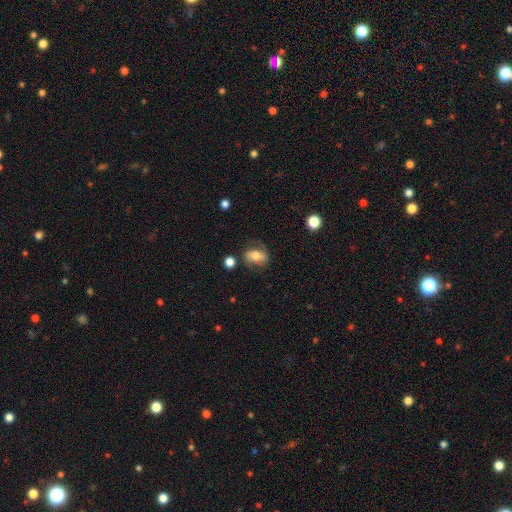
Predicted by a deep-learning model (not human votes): The model was most divided on "smooth or featured": smooth: 50%, featured or disk: 41%, star or artifact: 9%. More confident: how rounded — in between (73%); merging — none (64%).